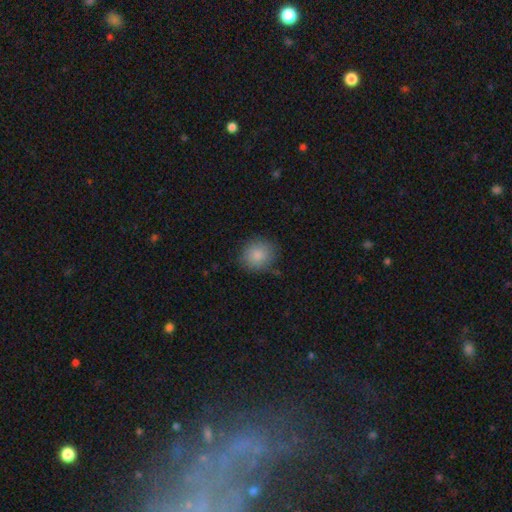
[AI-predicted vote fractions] Morphology: type=smooth (84%); roundness=round (79%); merging=none (86%).